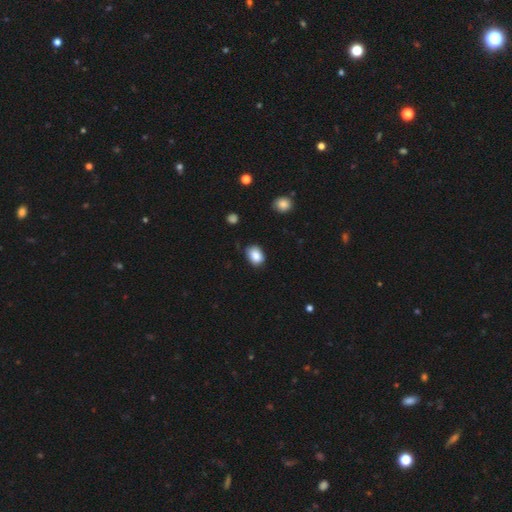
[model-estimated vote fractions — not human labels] Smooth or featured? smooth (86%)
How rounded? in between (70%)
Merging? none (76%)